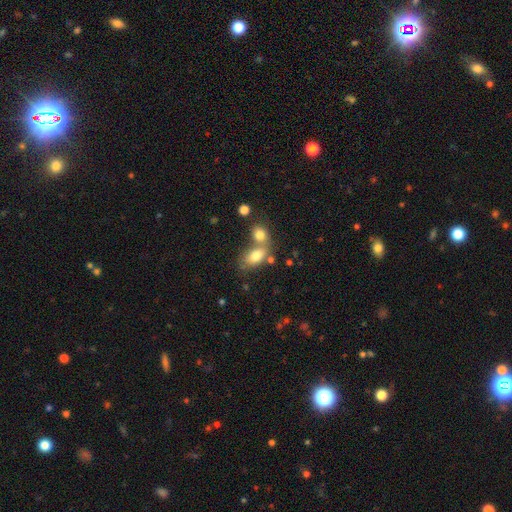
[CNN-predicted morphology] Overall: smooth (78%). How rounded: in between (85%). Merging: merger (48%; none 37%).